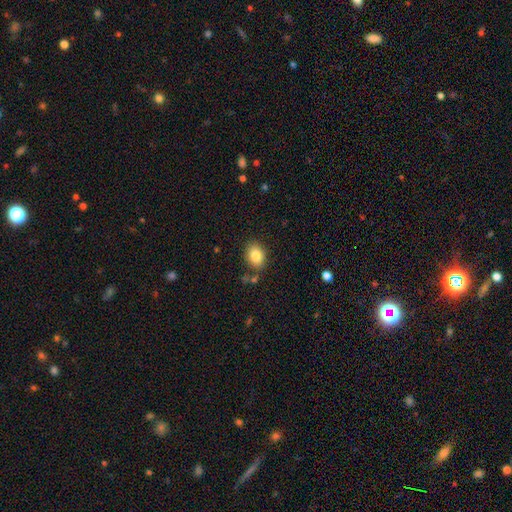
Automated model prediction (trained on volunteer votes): This is clearly a smooth galaxy (85%). How rounded: likely in between (70%). Merging: clearly none (80%).